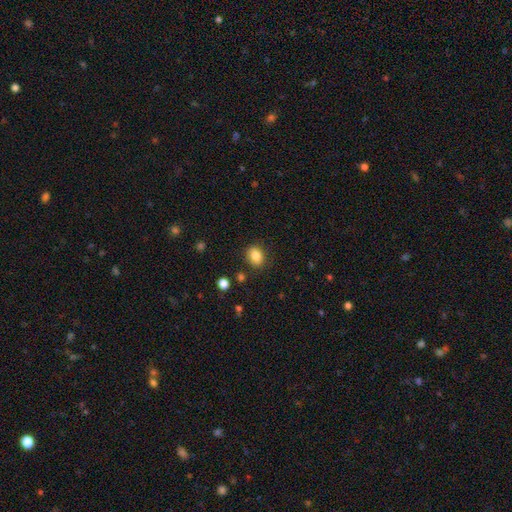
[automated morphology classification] Q: Smooth or featured?
A: smooth (84%); runner-up: star or artifact (10%)
Q: How rounded?
A: round (50%); runner-up: in between (49%)
Q: Merging?
A: none (85%); runner-up: minor disturbance (10%)